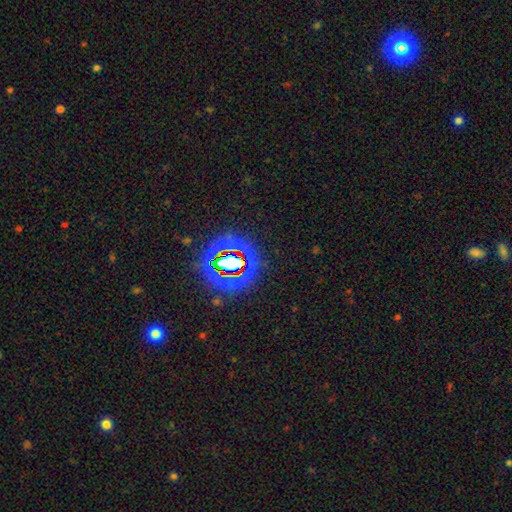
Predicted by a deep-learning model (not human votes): Smooth or featured?
  - star or artifact: 80% *
  - smooth: 11%
  - featured or disk: 9%